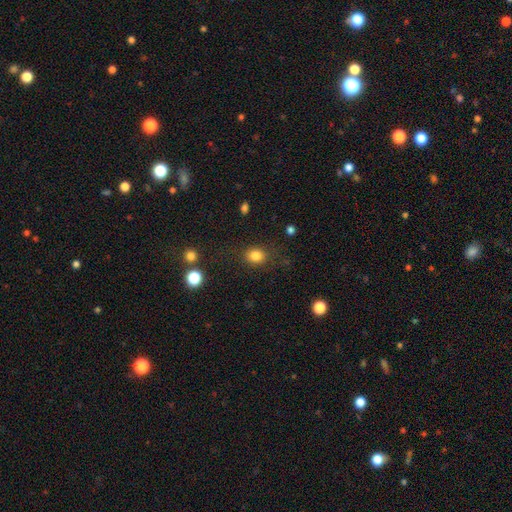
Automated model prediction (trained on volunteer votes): Smooth or featured: smooth — 83% (star or artifact — 12%)
How rounded: round — 63% (in between — 36%)
Merging: none — 81% (minor disturbance — 11%)